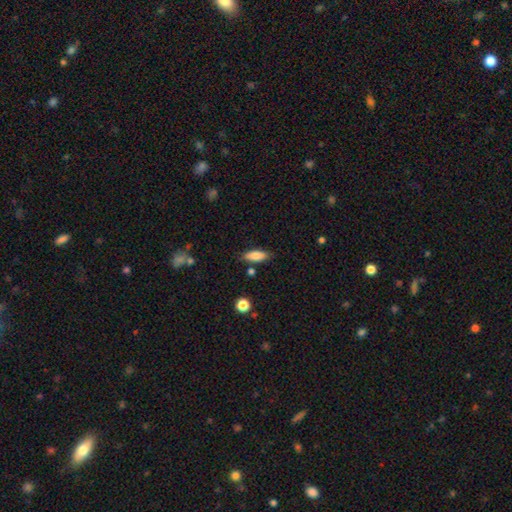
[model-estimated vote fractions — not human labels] smooth_or_featured: smooth (p=0.82) [alt: featured or disk p=0.11]
how_rounded: in between (p=0.69) [alt: cigar-shaped p=0.29]
merging: none (p=0.81) [alt: minor disturbance p=0.12]